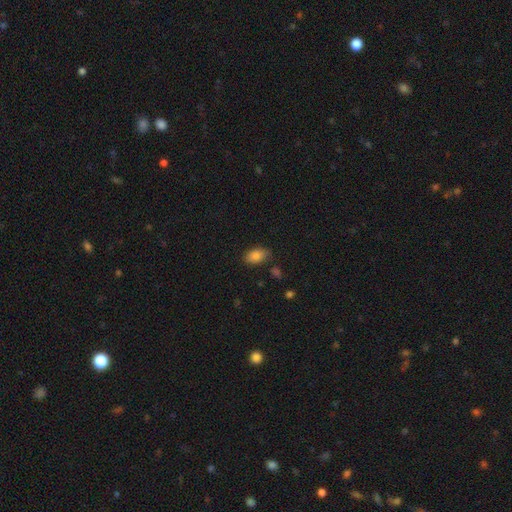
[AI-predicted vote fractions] This appears to be a smooth galaxy with no disk features (85%) that is in between round and cigar-shaped (91%). Merging: none (77%).